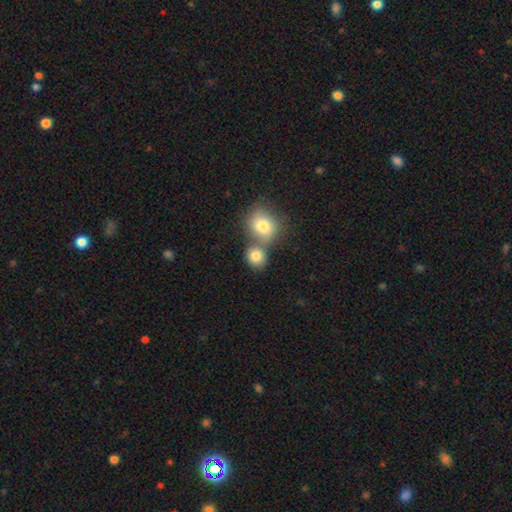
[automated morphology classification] Smooth or featured? smooth (82%)
How rounded? round (75%)
Merging? none (46%)